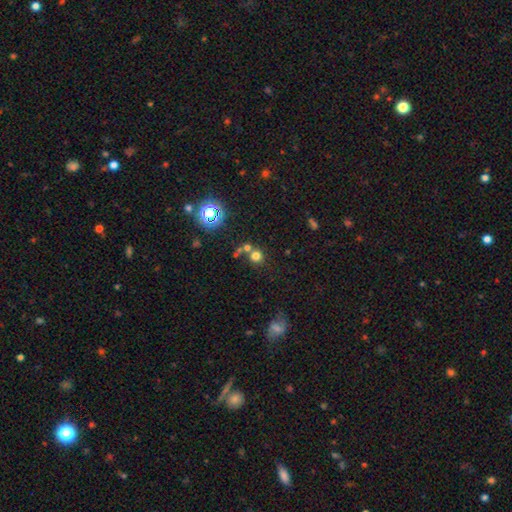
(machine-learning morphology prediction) The model was most divided on "merging": none: 62%, merger: 26%, minor disturbance: 8%, major disturbance: 4%. More confident: how rounded — round (90%); smooth or featured — smooth (69%).